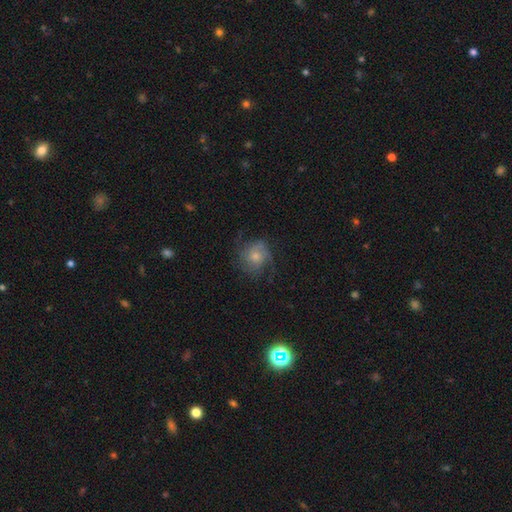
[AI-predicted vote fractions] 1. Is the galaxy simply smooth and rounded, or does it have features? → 50% featured or disk, 41% smooth, 9% star or artifact.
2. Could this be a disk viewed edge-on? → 97% no, 3% yes.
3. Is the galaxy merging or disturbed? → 59% none, 22% minor disturbance, 17% major disturbance, 1% merger.